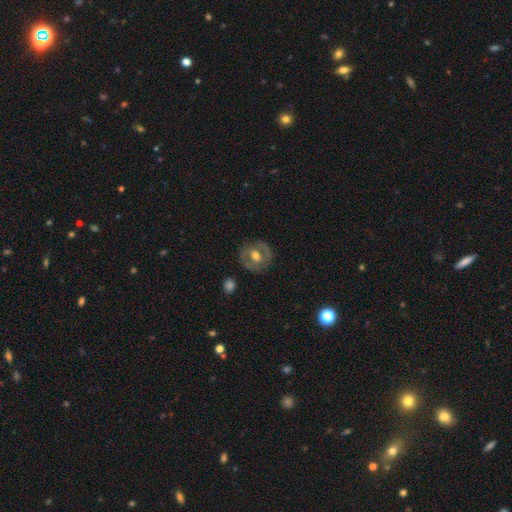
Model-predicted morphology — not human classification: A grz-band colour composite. It shows a featured or disk galaxy (59%) with no bar (48%), no spiral arms (52%) and a moderate central bulge (74%). Merging: none (80%).